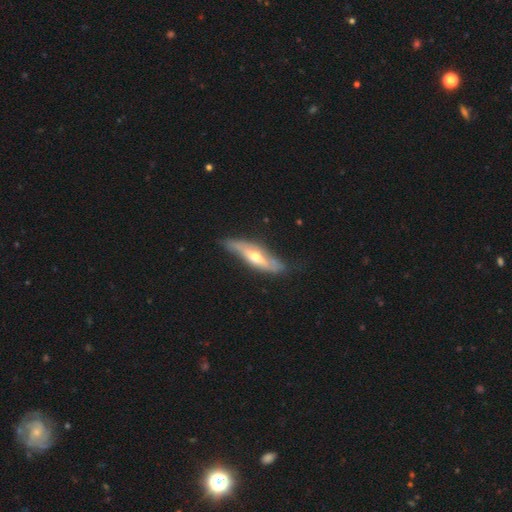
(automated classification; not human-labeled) Overall: featured or disk (62%; smooth 33%). Edge-on disk: yes (65%; no 35%). Merging: none (67%).